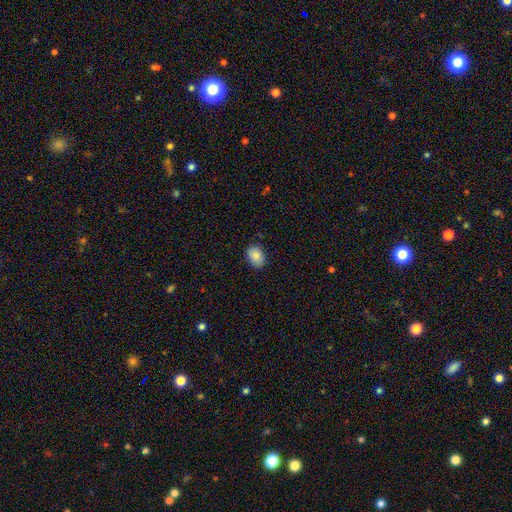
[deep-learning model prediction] smooth-or-featured: smooth: 87% | star or artifact: 8% | featured or disk: 5%
  how-rounded: in between: 70% | round: 29% | cigar-shaped: 1%
  merging: none: 82% | minor disturbance: 14% | major disturbance: 3% | merger: 1%